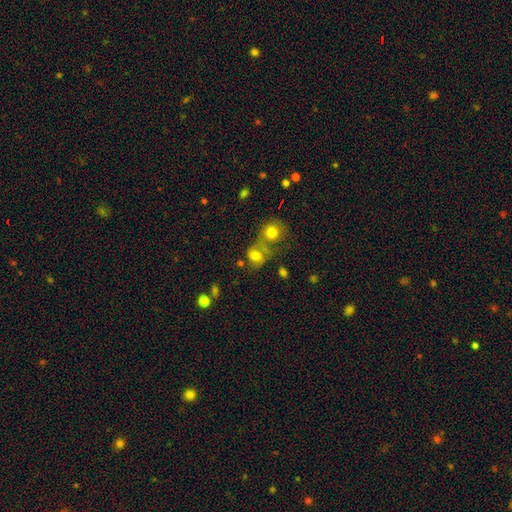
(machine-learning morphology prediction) This appears to be a smooth galaxy with no disk features (67%) that is round (53%). Merging: merger (49%).